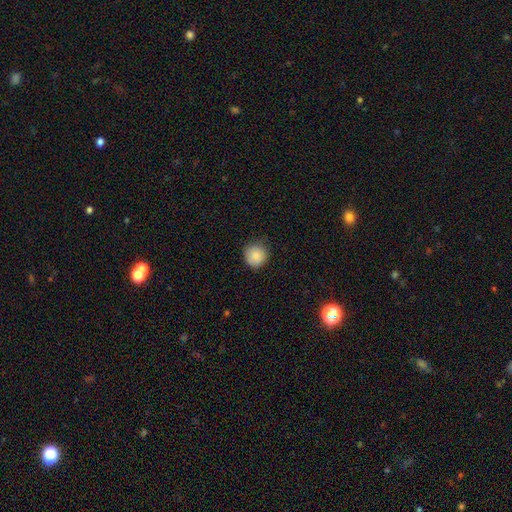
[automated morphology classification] Smooth or featured: smooth — 86% (star or artifact — 9%)
How rounded: round — 92% (in between — 7%)
Merging: none — 80% (minor disturbance — 16%)